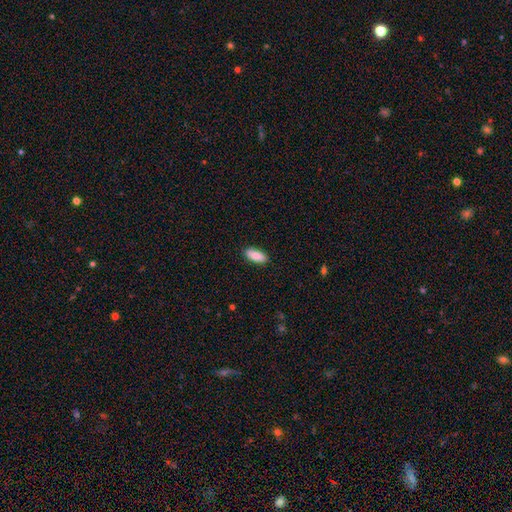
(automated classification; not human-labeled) smooth-or-featured: smooth: 85% | featured or disk: 9% | star or artifact: 6%
  how-rounded: in between: 85% | cigar-shaped: 13% | round: 2%
  merging: none: 88% | minor disturbance: 9% | major disturbance: 2% | merger: 1%